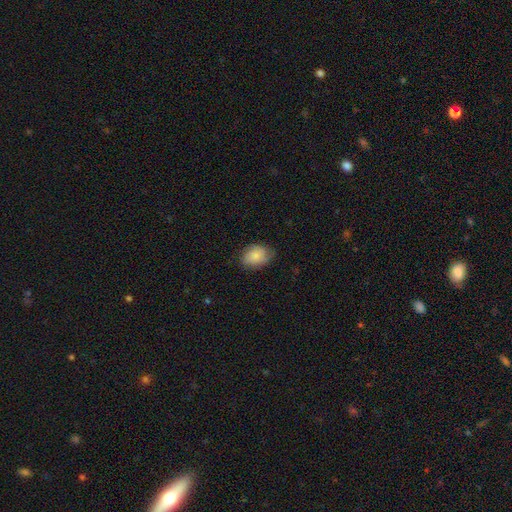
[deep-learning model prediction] A smooth galaxy with no disk features (76%) that is in between round and cigar-shaped (76%).

Vote fractions:
- Smooth or featured? smooth: 76% / featured or disk: 17% / star or artifact: 7%
- How rounded? in between: 76% / round: 23% / cigar-shaped: 1%
- Merging? none: 69% / minor disturbance: 24% / major disturbance: 6% / merger: 1%